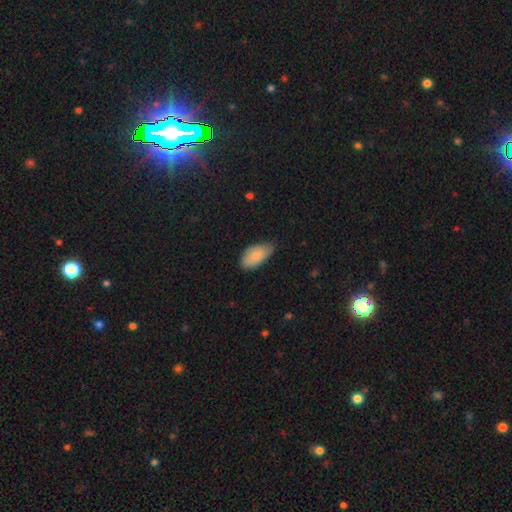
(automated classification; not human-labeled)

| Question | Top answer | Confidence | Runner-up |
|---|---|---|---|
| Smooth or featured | smooth | 82% | featured or disk (12%) |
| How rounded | in between | 94% | cigar-shaped (3%) |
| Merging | none | 66% | minor disturbance (29%) |